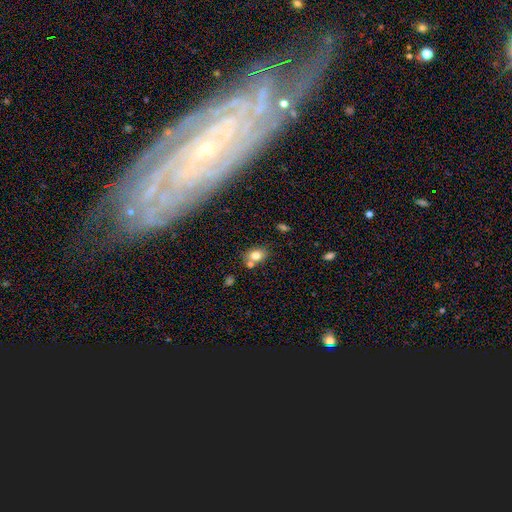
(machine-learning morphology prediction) Smooth or featured? Predicted: smooth (p=0.79). How rounded? Predicted: in between (p=0.66). Merging? Predicted: none (p=0.62).